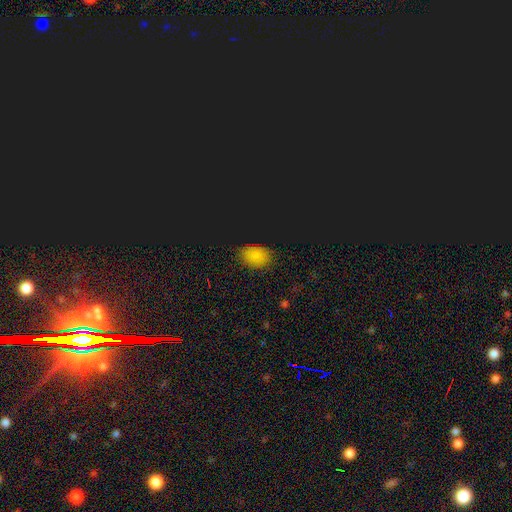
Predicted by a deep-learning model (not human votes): Q: Smooth or featured?
A: smooth (77%); runner-up: star or artifact (19%)
Q: How rounded?
A: in between (83%); runner-up: round (15%)
Q: Merging?
A: none (84%); runner-up: minor disturbance (12%)